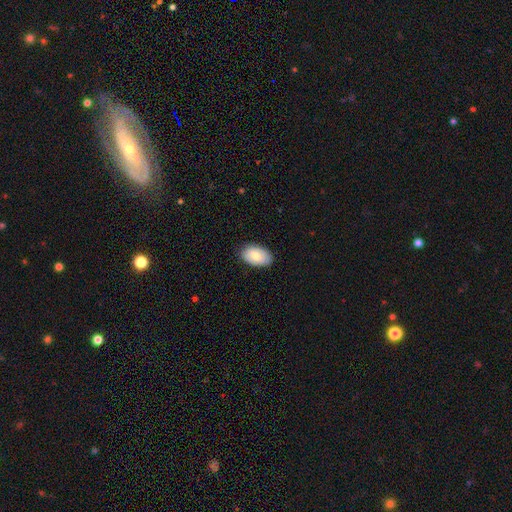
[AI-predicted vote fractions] The model was most divided on "smooth or featured": smooth: 80%, featured or disk: 14%, star or artifact: 6%. More confident: how rounded — in between (92%); merging — none (84%).